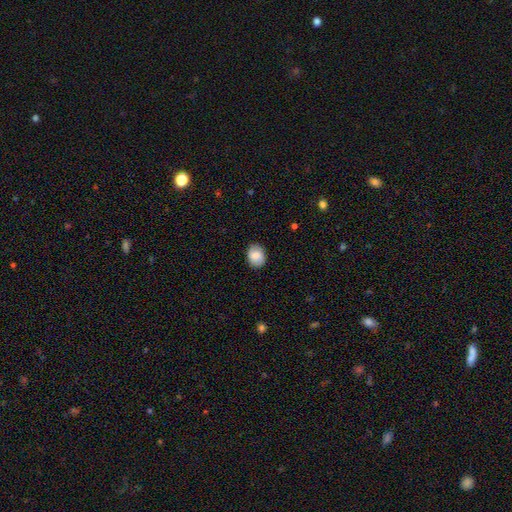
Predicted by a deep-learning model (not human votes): Q: Smooth or featured?
A: smooth (81%); runner-up: featured or disk (12%)
Q: How rounded?
A: in between (54%); runner-up: round (45%)
Q: Merging?
A: none (85%); runner-up: minor disturbance (12%)